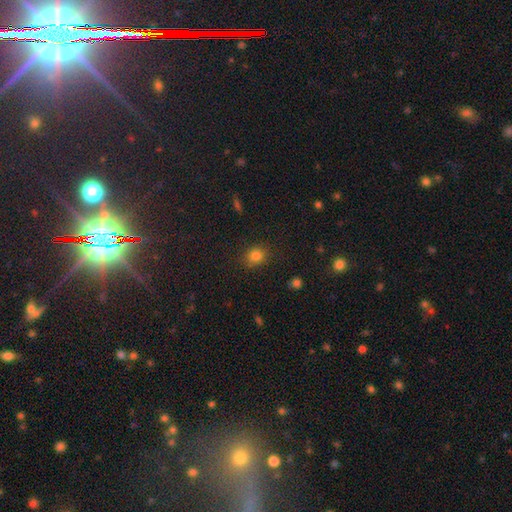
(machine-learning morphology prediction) smooth-or-featured: smooth: 81% | star or artifact: 13% | featured or disk: 6%
  how-rounded: round: 67% | in between: 32% | cigar-shaped: 1%
  merging: none: 82% | minor disturbance: 13% | major disturbance: 4% | merger: 2%